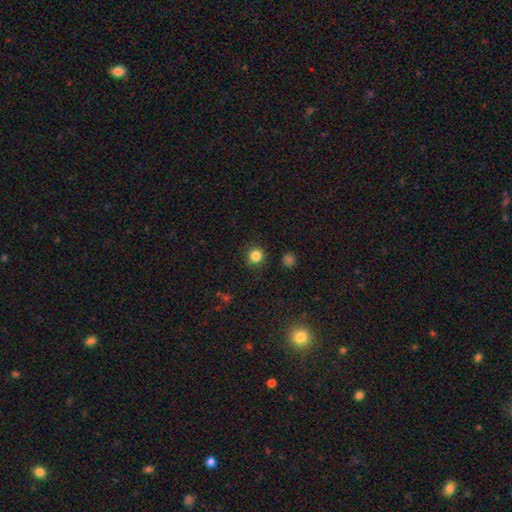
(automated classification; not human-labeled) Smooth or featured? smooth (84%)
How rounded? round (94%)
Merging? none (90%)